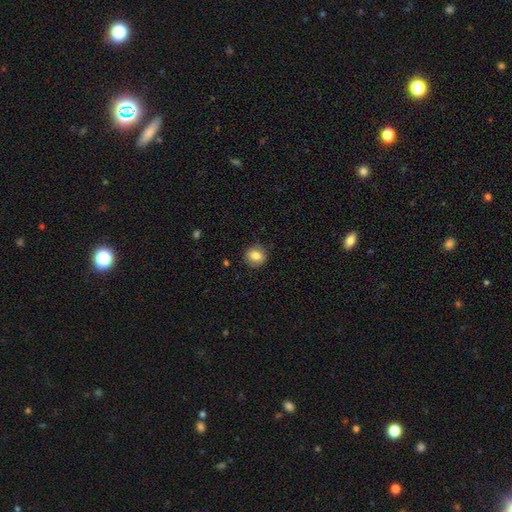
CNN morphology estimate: type=smooth (82%); roundness=round (88%); merging=none (89%).